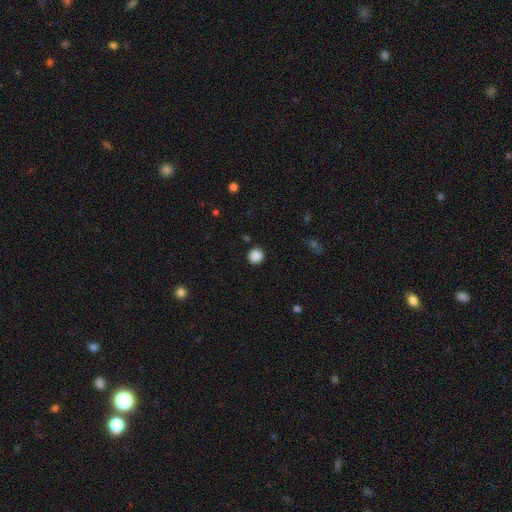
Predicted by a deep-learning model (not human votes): smooth-or-featured: smooth: 88% | star or artifact: 10% | featured or disk: 2%
  how-rounded: round: 93% | in between: 6% | cigar-shaped: 1%
  merging: none: 91% | minor disturbance: 6% | major disturbance: 2% | merger: 1%